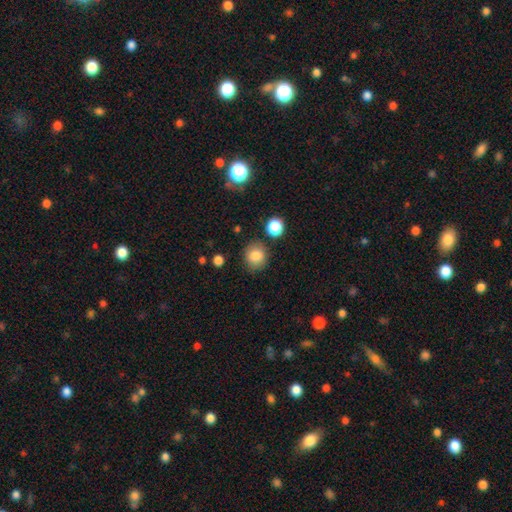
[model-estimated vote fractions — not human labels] Smooth or featured?
  - smooth: 84% *
  - star or artifact: 10%
  - featured or disk: 6%
How rounded?
  - round: 84% *
  - in between: 15%
  - cigar-shaped: 1%
Merging?
  - none: 83% *
  - minor disturbance: 10%
  - merger: 4%
  - major disturbance: 3%